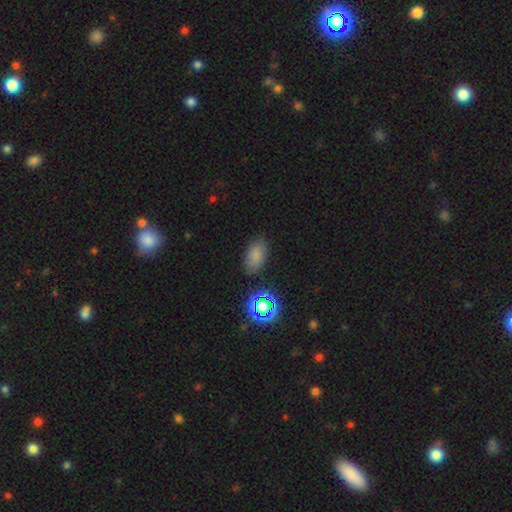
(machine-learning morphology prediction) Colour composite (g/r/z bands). It shows a smooth galaxy with no disk features (77%) that is in between round and cigar-shaped (90%). Merging: none (83%).